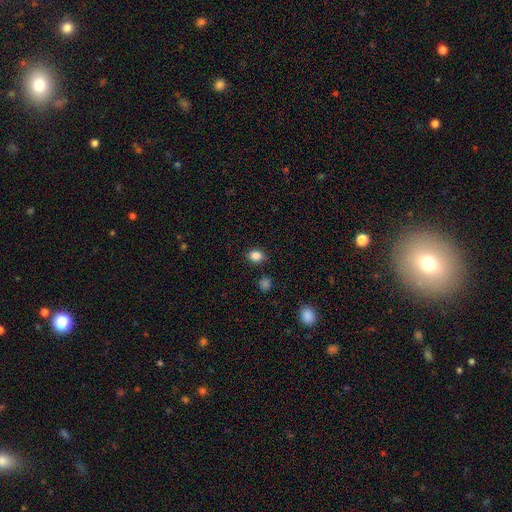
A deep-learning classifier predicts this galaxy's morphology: Smooth or featured?
  - smooth: 84% *
  - star or artifact: 11%
  - featured or disk: 4%
How rounded?
  - round: 56% *
  - in between: 43%
  - cigar-shaped: 1%
Merging?
  - none: 87% *
  - minor disturbance: 9%
  - major disturbance: 2%
  - merger: 2%